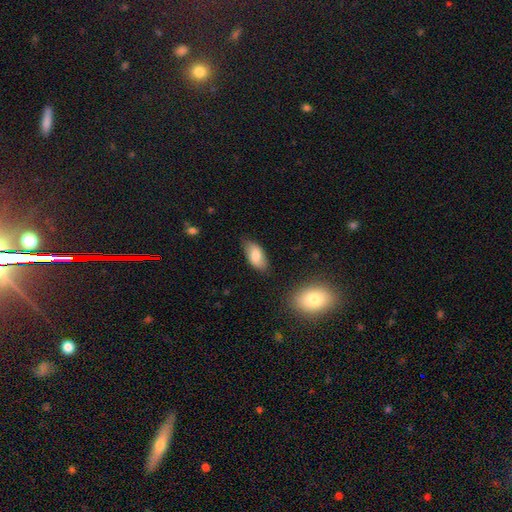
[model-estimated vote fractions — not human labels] The model was most divided on "merging": none: 78%, minor disturbance: 17%, major disturbance: 3%, merger: 2%. More confident: how rounded — in between (92%); smooth or featured — smooth (80%).